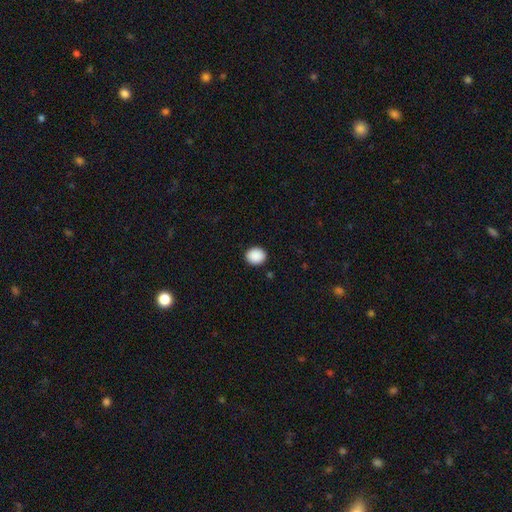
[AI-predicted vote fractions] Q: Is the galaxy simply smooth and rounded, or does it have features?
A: smooth — 90%.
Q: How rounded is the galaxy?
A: round — 71%.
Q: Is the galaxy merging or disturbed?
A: none — 91%.